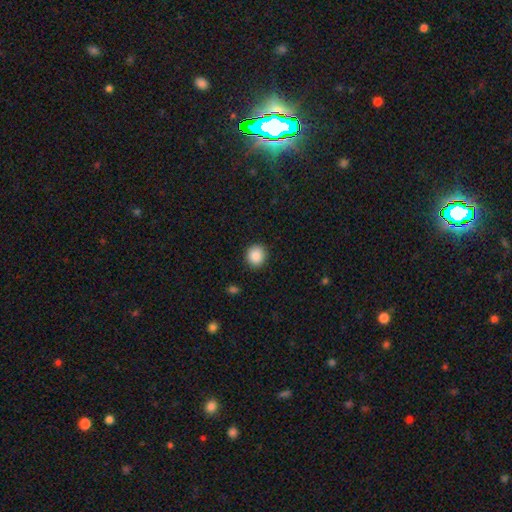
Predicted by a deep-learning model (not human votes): smooth-or-featured: smooth: 87% | star or artifact: 9% | featured or disk: 4%
  how-rounded: round: 87% | in between: 12% | cigar-shaped: 1%
  merging: none: 90% | minor disturbance: 7% | major disturbance: 2% | merger: 1%